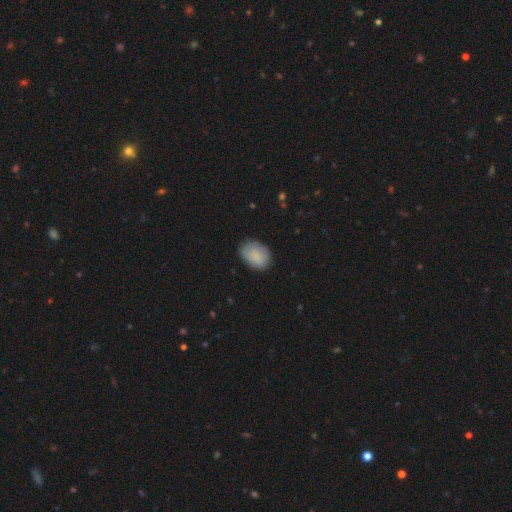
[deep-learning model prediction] The model was most divided on "merging": none: 74%, minor disturbance: 20%, major disturbance: 4%, merger: 1%. More confident: smooth or featured — smooth (85%); how rounded — in between (78%).